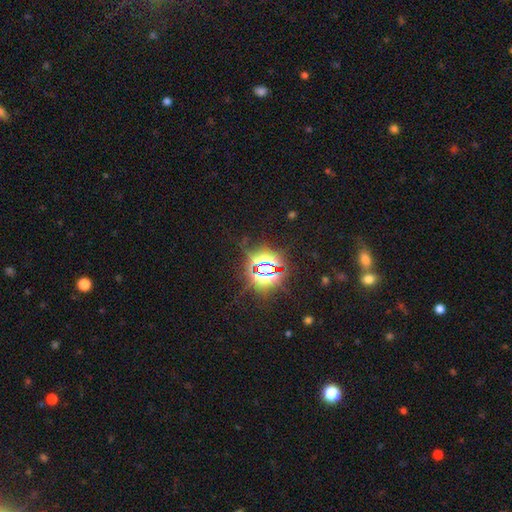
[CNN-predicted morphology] star or artifact 83%, smooth 11%, featured or disk 6%.